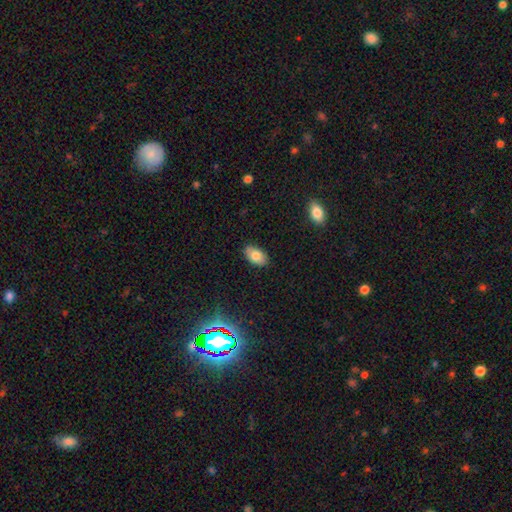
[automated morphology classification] A smooth galaxy with no disk features (78%) that is in between round and cigar-shaped (93%).

Vote fractions:
- Smooth or featured? smooth: 78% / featured or disk: 13% / star or artifact: 9%
- How rounded? in between: 93% / round: 5% / cigar-shaped: 2%
- Merging? none: 85% / minor disturbance: 11% / major disturbance: 2% / merger: 1%